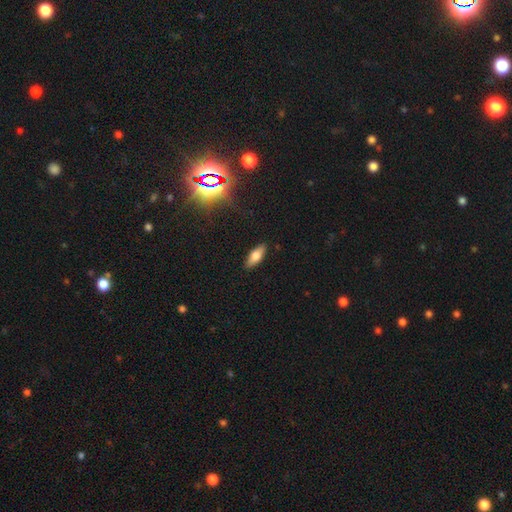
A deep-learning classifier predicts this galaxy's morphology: Smooth or featured: smooth — 67% (featured or disk — 24%)
How rounded: in between — 68% (cigar-shaped — 29%)
Merging: none — 89% (minor disturbance — 8%)